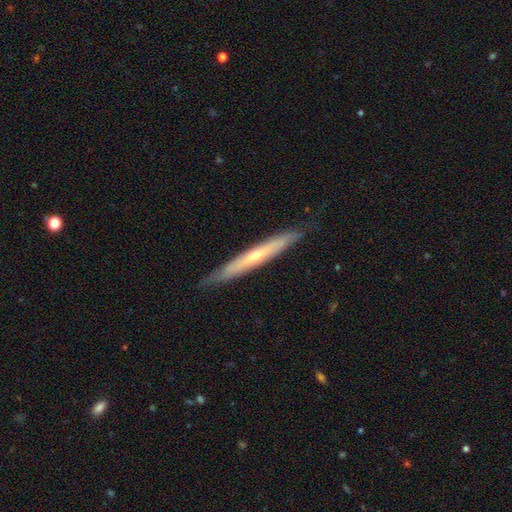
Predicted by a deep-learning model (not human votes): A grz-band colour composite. It shows a featured or disk galaxy (58%) viewed edge-on (88%) with a rounded central bulge (58%). Merging: none (84%).